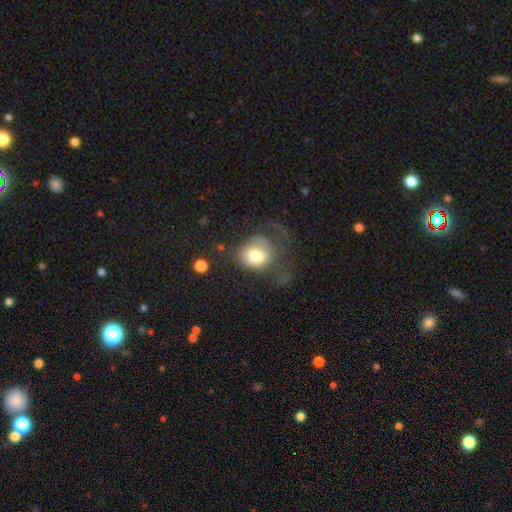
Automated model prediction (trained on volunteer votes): This appears to be a smooth galaxy with no disk features (71%) that is round (65%). Merging: major disturbance (48%).